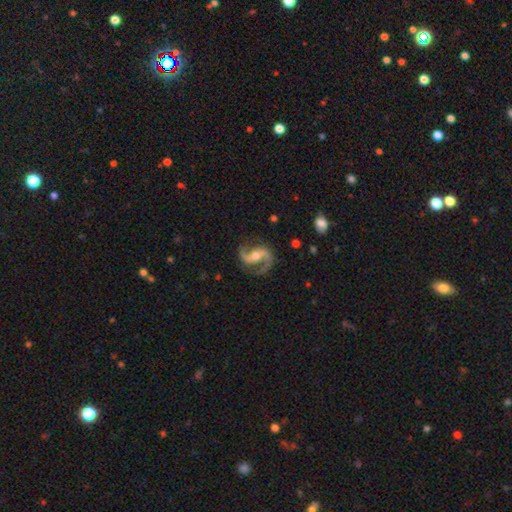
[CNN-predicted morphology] This appears to be a featured or disk galaxy (92%) with a weak bar (38%), 2 (93%) medium (53%) spiral arms (98%) and a moderate central bulge (60%). Merging: none (81%).